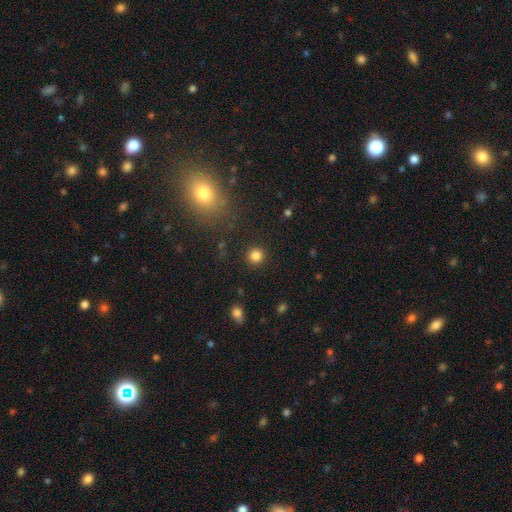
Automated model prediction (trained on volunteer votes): smooth-or-featured: smooth: 83% | star or artifact: 13% | featured or disk: 4%
  how-rounded: round: 94% | in between: 5% | cigar-shaped: 1%
  merging: none: 91% | minor disturbance: 5% | major disturbance: 3% | merger: 2%